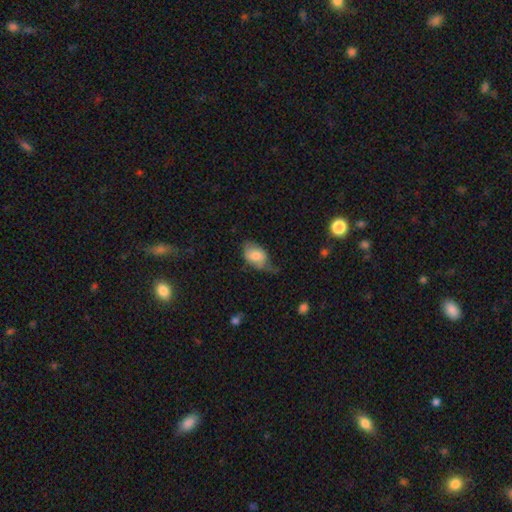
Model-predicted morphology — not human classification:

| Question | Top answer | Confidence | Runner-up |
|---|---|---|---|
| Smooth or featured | smooth | 76% | featured or disk (17%) |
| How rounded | in between | 86% | round (12%) |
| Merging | minor disturbance | 40% | none (39%) |